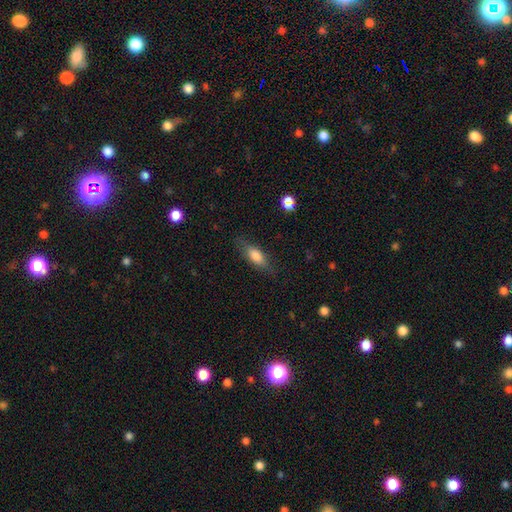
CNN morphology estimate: The model was most divided on "how rounded": in between: 66%, cigar-shaped: 31%, round: 3%. More confident: merging — none (78%); smooth or featured — smooth (73%).